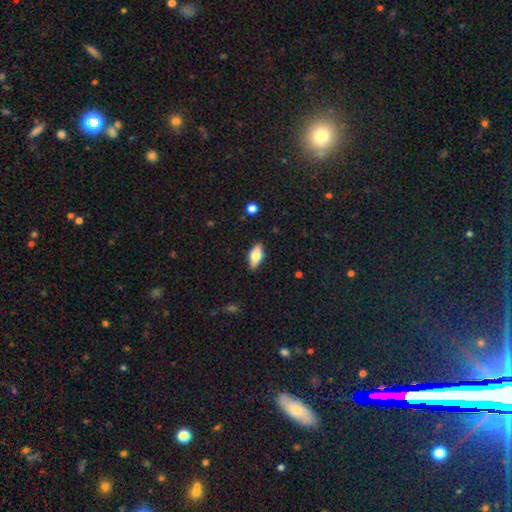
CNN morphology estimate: Smooth or featured: smooth — 67% (featured or disk — 26%)
How rounded: in between — 81% (cigar-shaped — 16%)
Merging: none — 86% (minor disturbance — 11%)